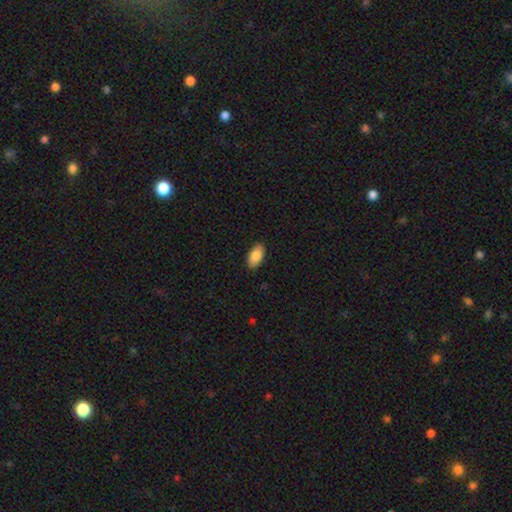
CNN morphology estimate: This is clearly a smooth galaxy (88%). How rounded: clearly in between (94%). Merging: clearly none (89%).